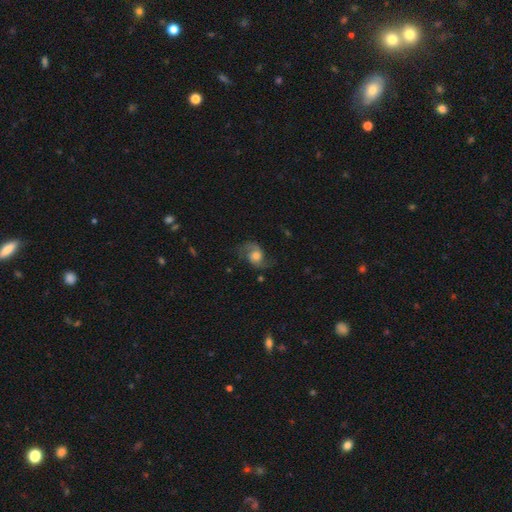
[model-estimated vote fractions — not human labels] This is likely a featured or disk galaxy (66%). It is clearly not viewed edge-on (97%). Bar: likely no (70%). Spiral arm pattern: clearly yes (91%). Spiral arm count: clearly 2 (88%). Spiral winding: possibly loose (53%). Central bulge: possibly moderate (46%). Merging: likely none (63%).